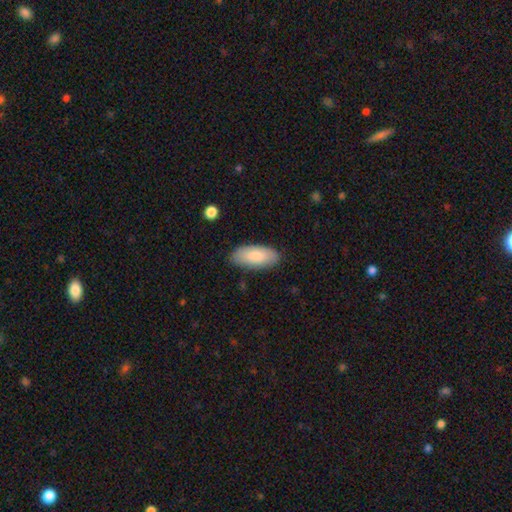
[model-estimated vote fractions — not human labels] smooth_or_featured: smooth (p=0.85) [alt: featured or disk p=0.09]
how_rounded: in between (p=0.90) [alt: cigar-shaped p=0.08]
merging: none (p=0.84) [alt: minor disturbance p=0.12]